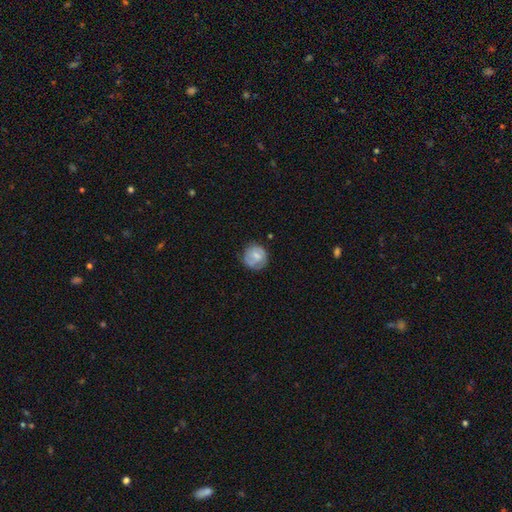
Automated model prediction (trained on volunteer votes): The model was most divided on "smooth or featured": smooth: 61%, featured or disk: 31%, star or artifact: 8%. More confident: how rounded — round (87%); merging — none (70%).